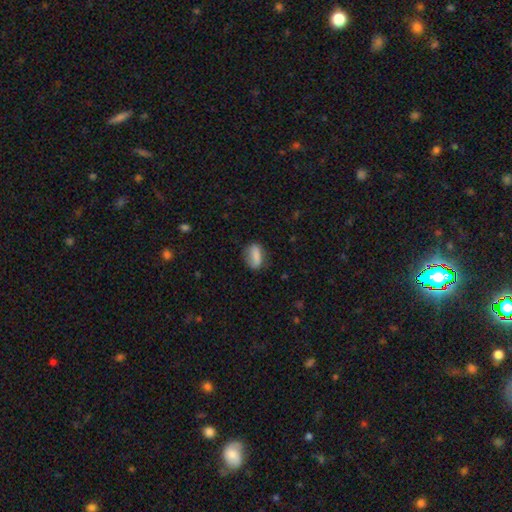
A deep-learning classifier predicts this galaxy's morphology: smooth 82%, featured or disk 9%, star or artifact 8%. Down the decision tree: how rounded — in between (82%); merging — none (67%).